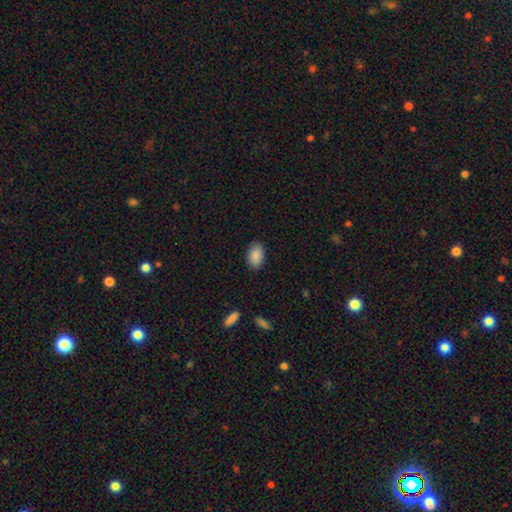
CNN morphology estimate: This appears to be a smooth galaxy with no disk features (89%) that is in between round and cigar-shaped (90%). Merging: none (86%).